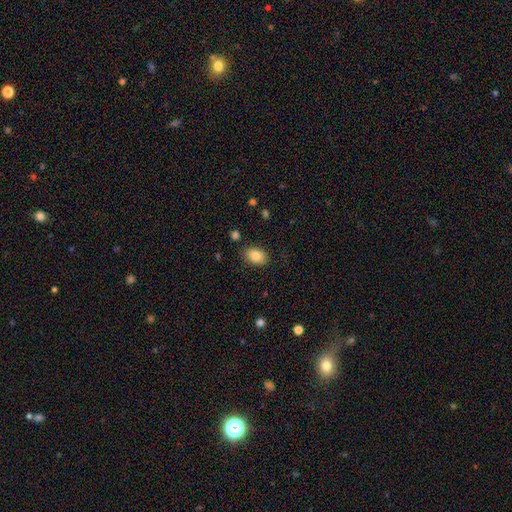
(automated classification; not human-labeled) Smooth or featured? smooth (85%)
How rounded? in between (80%)
Merging? none (84%)